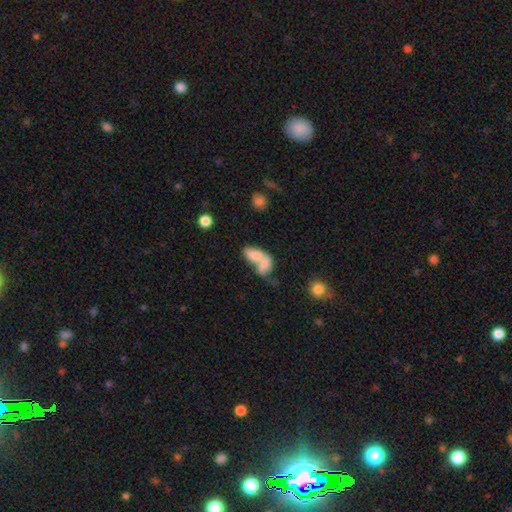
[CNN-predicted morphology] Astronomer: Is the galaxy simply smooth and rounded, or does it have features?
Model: smooth — 73%.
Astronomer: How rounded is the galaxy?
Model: in between — 87%.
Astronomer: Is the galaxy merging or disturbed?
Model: merger — 76%.